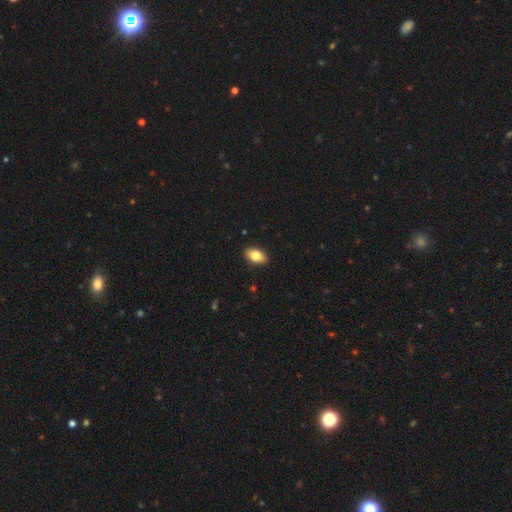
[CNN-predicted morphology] type=smooth (79%); roundness=in between (91%); merging=none (90%).